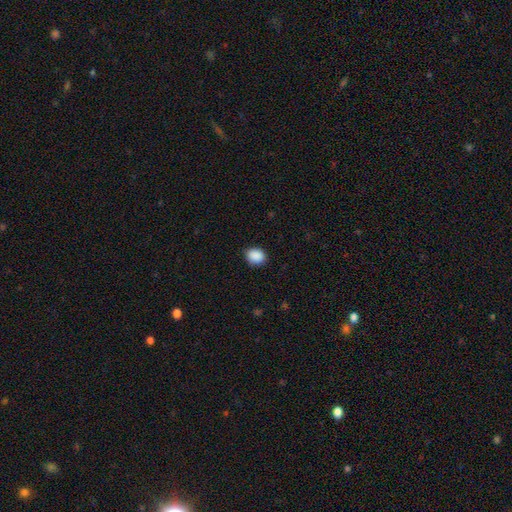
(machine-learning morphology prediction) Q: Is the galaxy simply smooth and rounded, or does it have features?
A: smooth — 90%.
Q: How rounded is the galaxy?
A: in between — 51%.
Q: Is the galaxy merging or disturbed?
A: none — 87%.